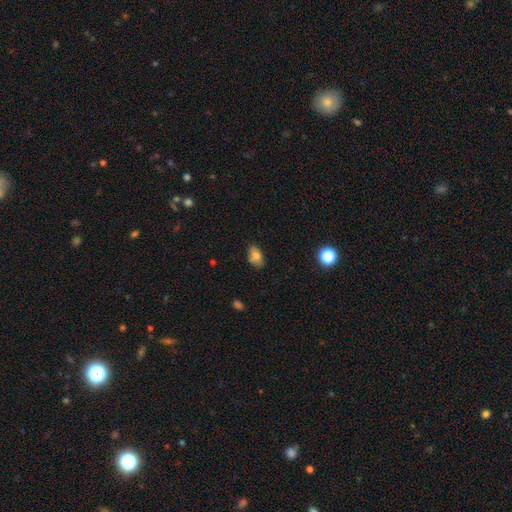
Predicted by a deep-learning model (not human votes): Morphology: type=smooth (76%); roundness=in between (90%); merging=none (74%).